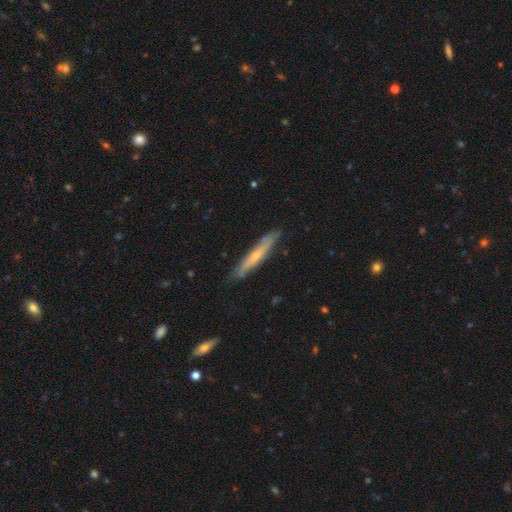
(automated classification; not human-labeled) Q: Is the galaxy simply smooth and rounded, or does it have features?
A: featured or disk — 51%.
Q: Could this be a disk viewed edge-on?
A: yes — 85%.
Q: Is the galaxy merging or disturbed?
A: none — 82%.